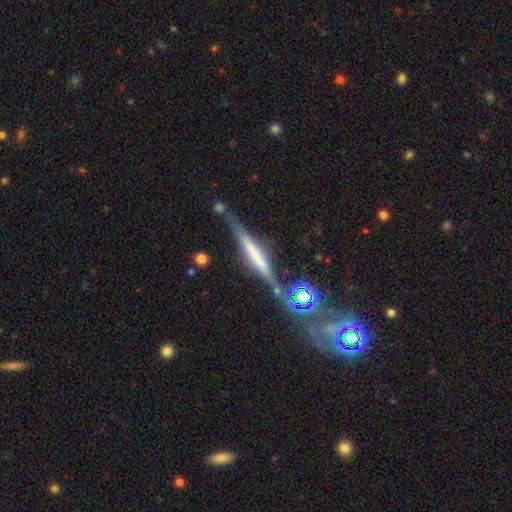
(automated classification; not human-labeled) Smooth or featured? Predicted: featured or disk (p=0.60). Edge-on disk? Predicted: yes (p=0.94). Edge-on bulge? Predicted: boxy (p=0.39, tied with none). Merging? Predicted: none (p=0.71).